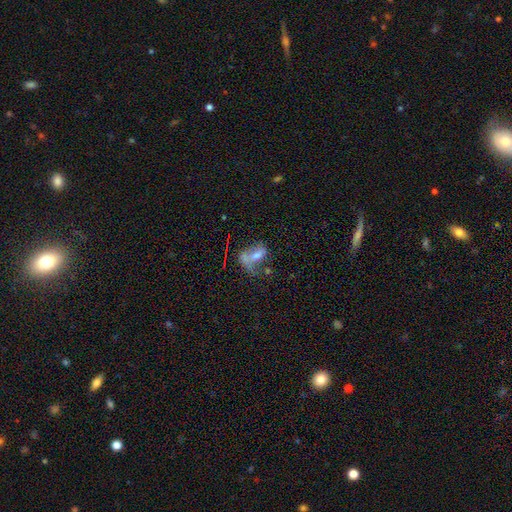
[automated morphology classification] type=featured or disk (51%); edge-on=no (90%); merging=none (30%).